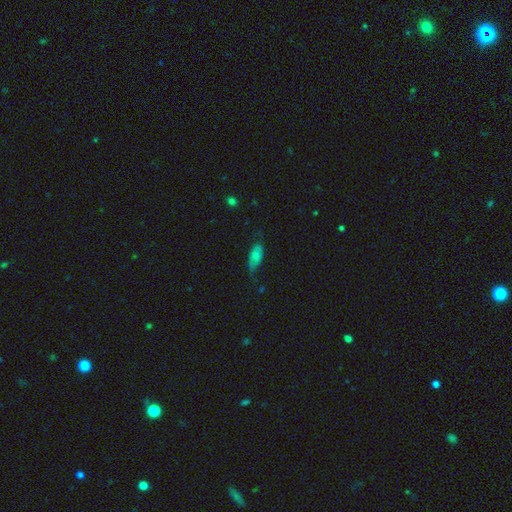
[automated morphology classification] smooth-or-featured: smooth: 71% | featured or disk: 21% | star or artifact: 8%
  how-rounded: in between: 87% | cigar-shaped: 10% | round: 3%
  merging: none: 53% | minor disturbance: 35% | major disturbance: 10% | merger: 2%